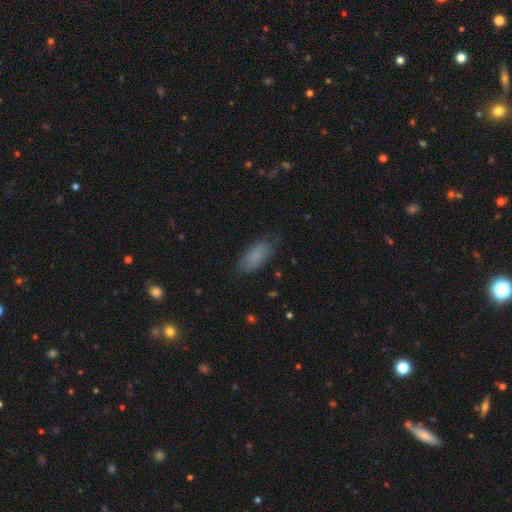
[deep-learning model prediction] smooth-or-featured: smooth: 83% | featured or disk: 9% | star or artifact: 8%
  how-rounded: in between: 83% | cigar-shaped: 14% | round: 2%
  merging: none: 77% | minor disturbance: 18% | major disturbance: 4% | merger: 1%